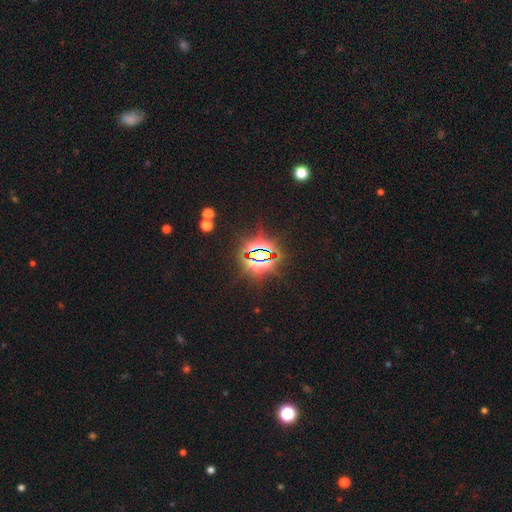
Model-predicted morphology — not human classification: A star or artifact, not a galaxy (82%).

Vote fractions:
- Smooth or featured? star or artifact: 82% / smooth: 10% / featured or disk: 8%